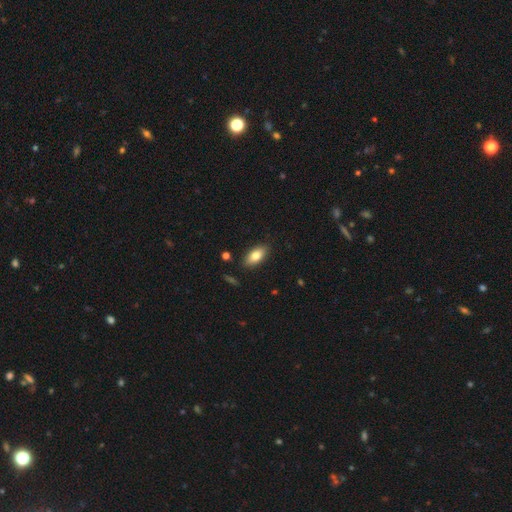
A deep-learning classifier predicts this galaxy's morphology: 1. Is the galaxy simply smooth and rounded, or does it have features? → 80% smooth, 13% featured or disk, 7% star or artifact.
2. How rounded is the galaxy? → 89% in between, 7% cigar-shaped, 3% round.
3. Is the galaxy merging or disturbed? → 87% none, 10% minor disturbance, 2% major disturbance, 2% merger.